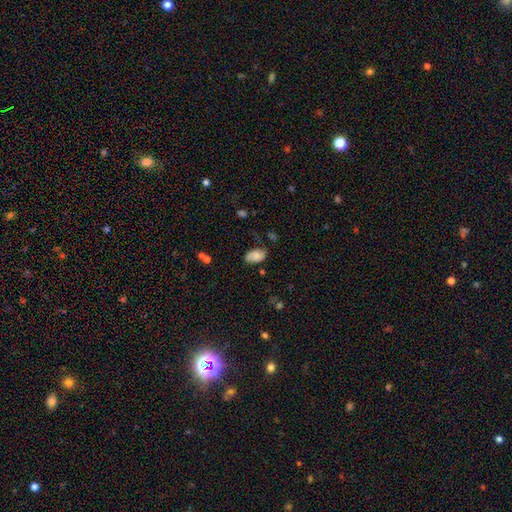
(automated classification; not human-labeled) The model was most divided on "merging": none: 57%, minor disturbance: 29%, major disturbance: 11%, merger: 3%. More confident: how rounded — in between (93%); smooth or featured — smooth (73%).